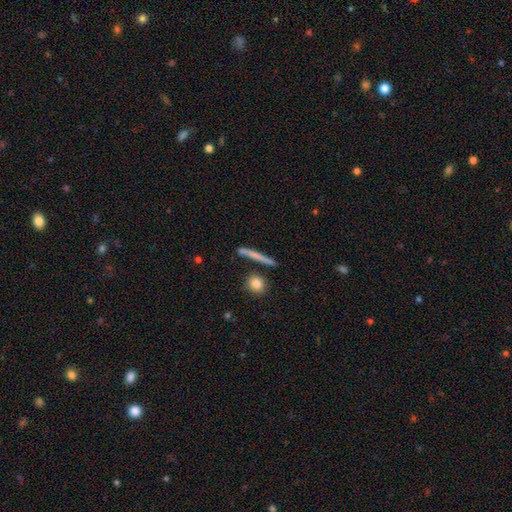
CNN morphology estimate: Smooth or featured? Predicted: smooth (p=0.59). How rounded? Predicted: cigar-shaped (p=0.90). Merging? Predicted: none (p=0.83).